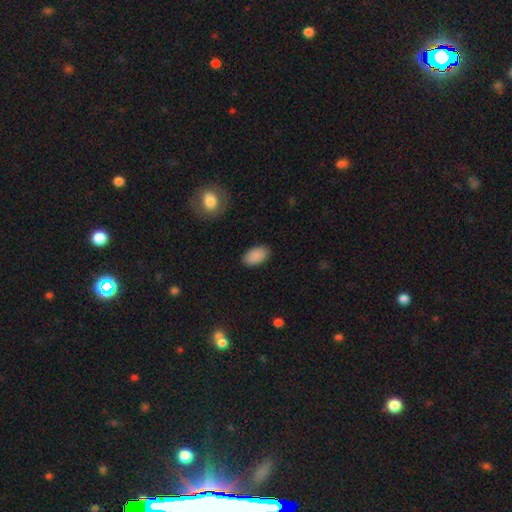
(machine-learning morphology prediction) A smooth galaxy with no disk features (90%) that is in between round and cigar-shaped (94%). Merging: none (88%).